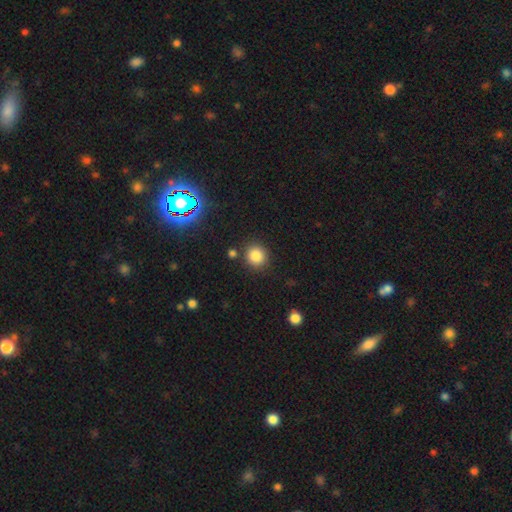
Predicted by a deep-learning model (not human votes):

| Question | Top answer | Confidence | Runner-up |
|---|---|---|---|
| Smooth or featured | smooth | 83% | star or artifact (12%) |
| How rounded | round | 87% | in between (12%) |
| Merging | none | 85% | minor disturbance (8%) |